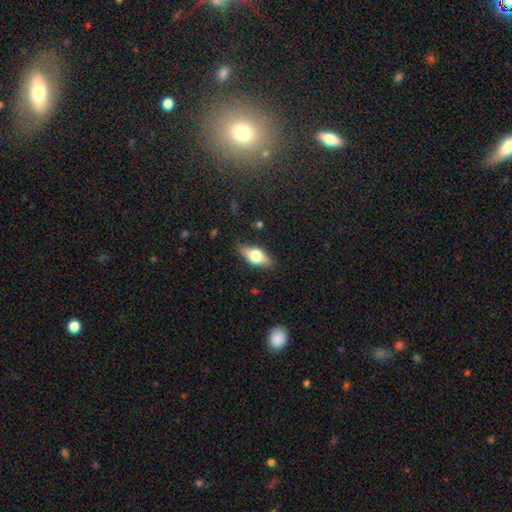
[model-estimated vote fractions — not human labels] Smooth or featured?
  - smooth: 59% *
  - featured or disk: 34%
  - star or artifact: 7%
How rounded?
  - in between: 79% *
  - cigar-shaped: 16%
  - round: 5%
Merging?
  - none: 84% *
  - minor disturbance: 13%
  - major disturbance: 3%
  - merger: 1%